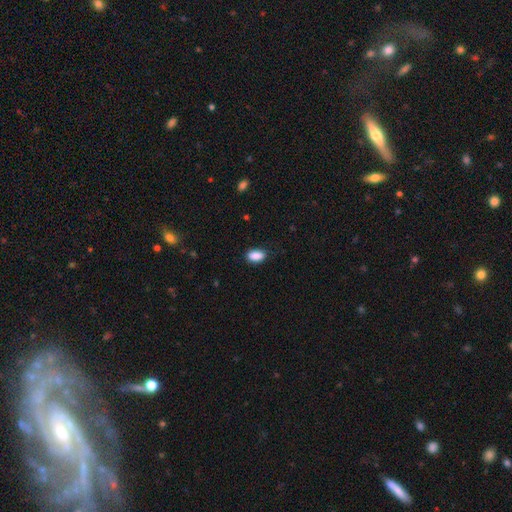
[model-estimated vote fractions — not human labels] A smooth galaxy with no disk features (89%) that is in between round and cigar-shaped (91%).

Vote fractions:
- Smooth or featured? smooth: 89% / star or artifact: 8% / featured or disk: 3%
- How rounded? in between: 91% / round: 6% / cigar-shaped: 3%
- Merging? none: 80% / minor disturbance: 16% / major disturbance: 3% / merger: 1%